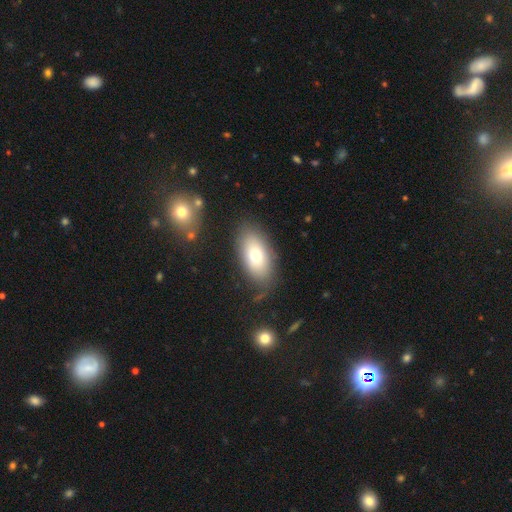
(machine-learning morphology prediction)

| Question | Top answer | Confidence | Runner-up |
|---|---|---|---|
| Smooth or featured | smooth | 71% | featured or disk (20%) |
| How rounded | in between | 91% | round (7%) |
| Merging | none | 76% | minor disturbance (15%) |